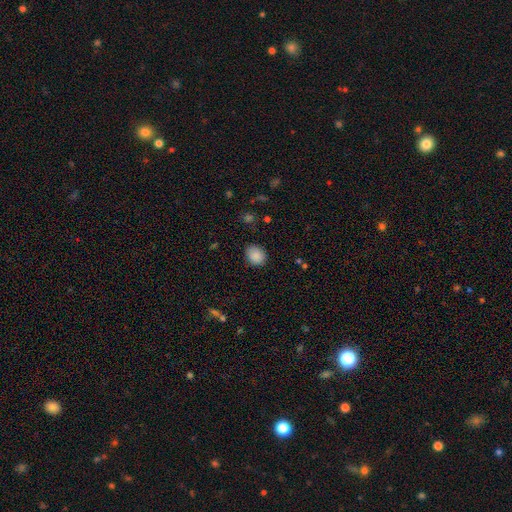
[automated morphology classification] Overall: smooth (87%). How rounded: round (55%; in between 45%). Merging: none (82%).